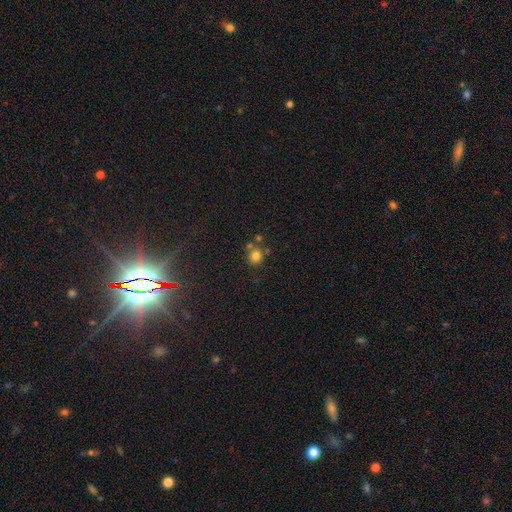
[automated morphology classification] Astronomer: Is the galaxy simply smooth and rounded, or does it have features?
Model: smooth — 78%.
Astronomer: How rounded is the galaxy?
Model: round — 86%.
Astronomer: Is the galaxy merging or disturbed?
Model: none — 65%.